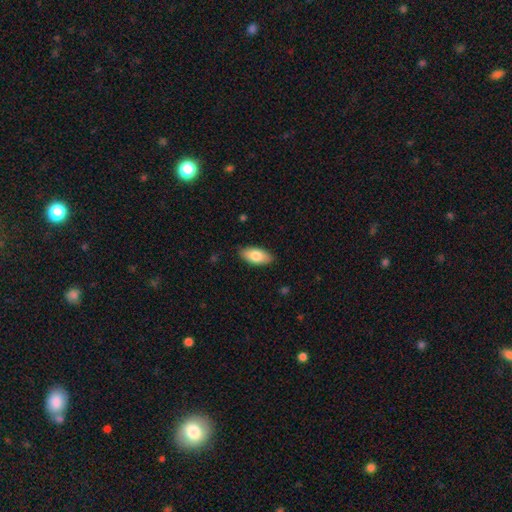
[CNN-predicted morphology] Smooth or featured?
  - smooth: 82% *
  - featured or disk: 12%
  - star or artifact: 6%
How rounded?
  - in between: 91% *
  - cigar-shaped: 6%
  - round: 2%
Merging?
  - none: 87% *
  - minor disturbance: 10%
  - major disturbance: 2%
  - merger: 1%